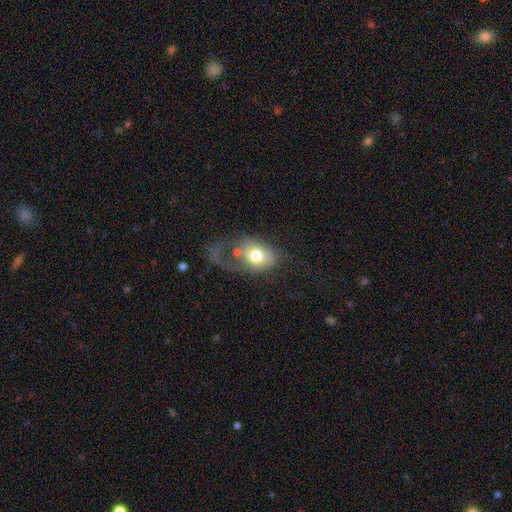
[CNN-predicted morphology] smooth-or-featured: smooth: 63% | featured or disk: 29% | star or artifact: 9%
  how-rounded: in between: 66% | round: 33% | cigar-shaped: 1%
  merging: major disturbance: 54% | none: 19% | minor disturbance: 15% | merger: 11%